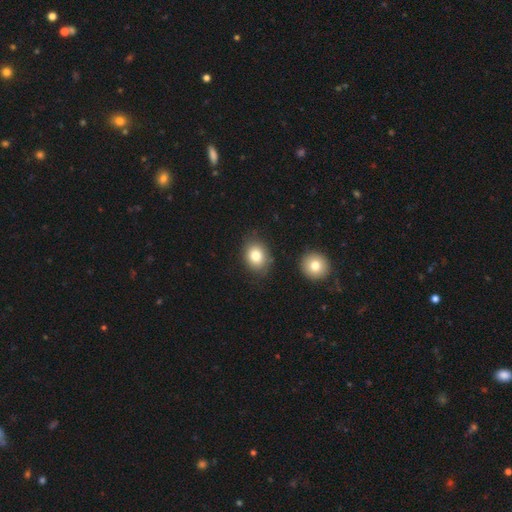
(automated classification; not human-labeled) Morphology: type=smooth (81%); roundness=in between (54%); merging=none (79%).